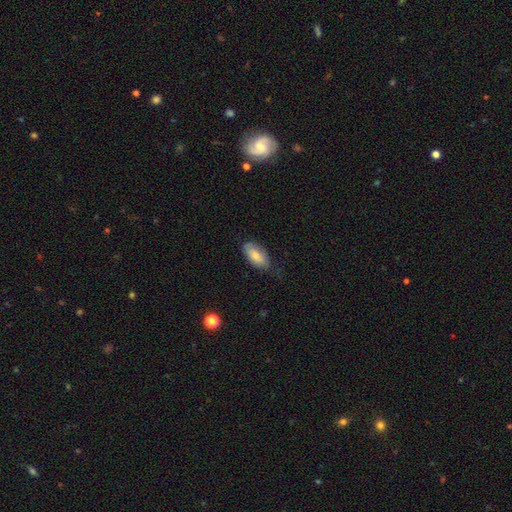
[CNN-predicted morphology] Smooth or featured? Predicted: smooth (p=0.79). How rounded? Predicted: in between (p=0.92). Merging? Predicted: none (p=0.65).